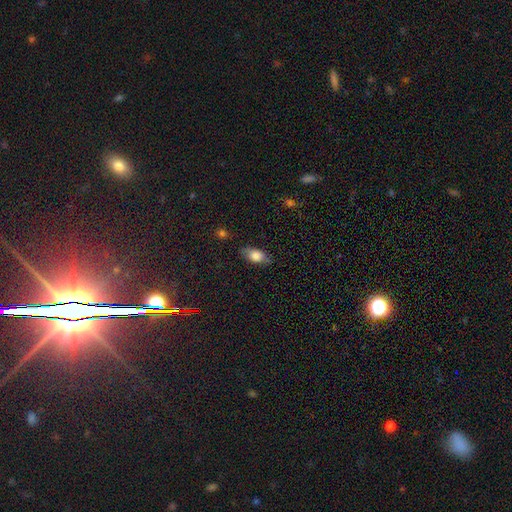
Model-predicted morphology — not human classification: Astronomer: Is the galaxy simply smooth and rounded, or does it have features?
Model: smooth — 76%.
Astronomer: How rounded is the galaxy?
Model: in between — 85%.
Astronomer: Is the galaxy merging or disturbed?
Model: none — 78%.